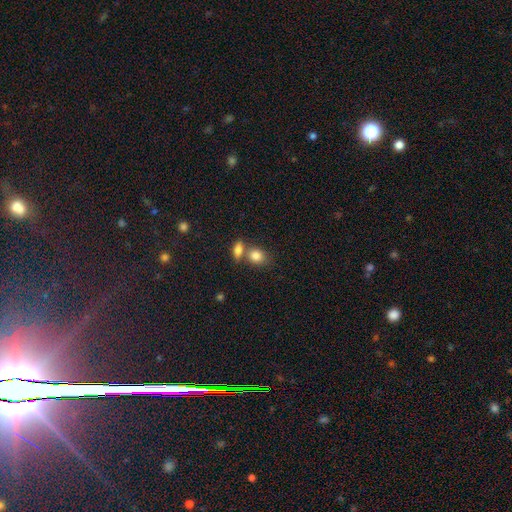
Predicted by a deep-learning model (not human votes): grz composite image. It shows a smooth galaxy with no disk features (83%) that is in between round and cigar-shaped (56%). Merging: none (45%).